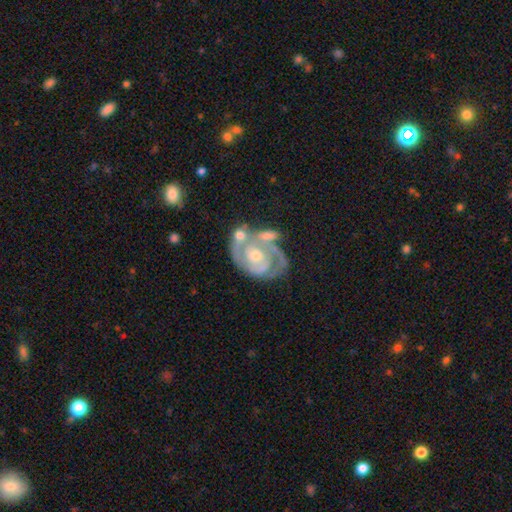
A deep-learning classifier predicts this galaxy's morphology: The model was most divided on "bulge size": small: 48%, moderate: 46%, large: 3%, none: 2%, dominant: 1%. Remaining: edge-on disk — no (97%); spiral arms — yes (92%); smooth or featured — featured or disk (87%); bar — no (68%); spiral winding — tight (63%); spiral arm count — 2 (58%); merging — none (43%).